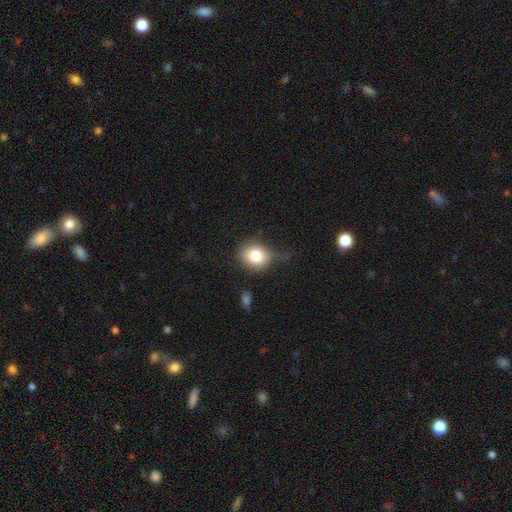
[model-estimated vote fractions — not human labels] Smooth or featured: smooth — 80% (featured or disk — 11%)
How rounded: round — 72% (in between — 27%)
Merging: none — 56% (minor disturbance — 29%)